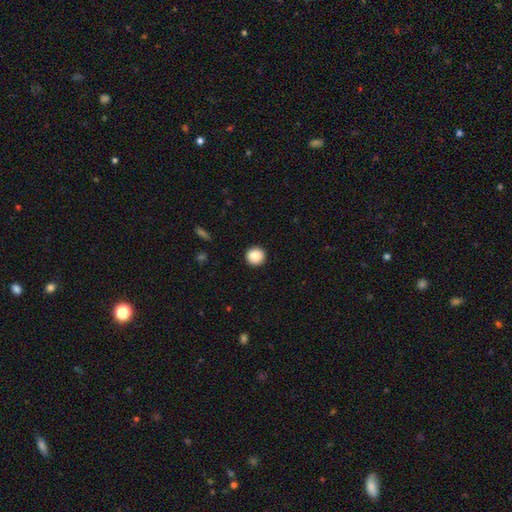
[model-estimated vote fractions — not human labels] Overall: smooth (87%). How rounded: round (93%). Merging: none (91%).